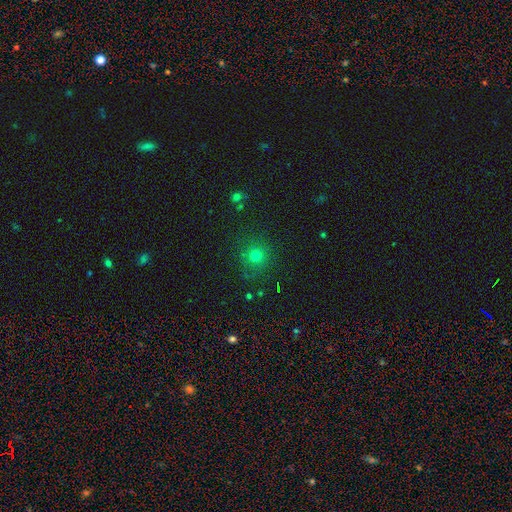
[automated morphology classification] Smooth or featured?
  - smooth: 71% *
  - star or artifact: 22%
  - featured or disk: 7%
How rounded?
  - round: 93% *
  - in between: 6%
  - cigar-shaped: 1%
Merging?
  - none: 86% *
  - minor disturbance: 8%
  - major disturbance: 3%
  - merger: 2%